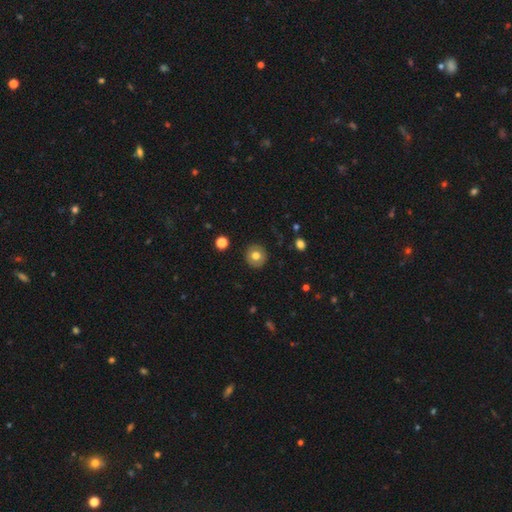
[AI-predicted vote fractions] A smooth galaxy with no disk features (75%) that is round (94%).

Vote fractions:
- Smooth or featured? smooth: 75% / featured or disk: 16% / star or artifact: 9%
- How rounded? round: 94% / in between: 5% / cigar-shaped: 1%
- Merging? none: 91% / minor disturbance: 6% / major disturbance: 2% / merger: 1%